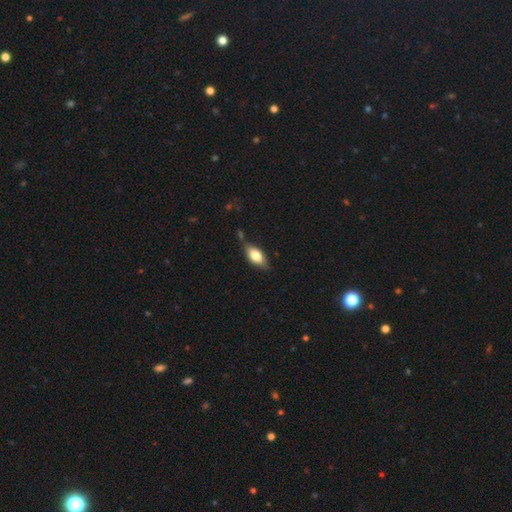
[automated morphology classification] Q: Smooth or featured?
A: smooth (73%); runner-up: featured or disk (20%)
Q: How rounded?
A: in between (86%); runner-up: cigar-shaped (9%)
Q: Merging?
A: none (69%); runner-up: minor disturbance (22%)